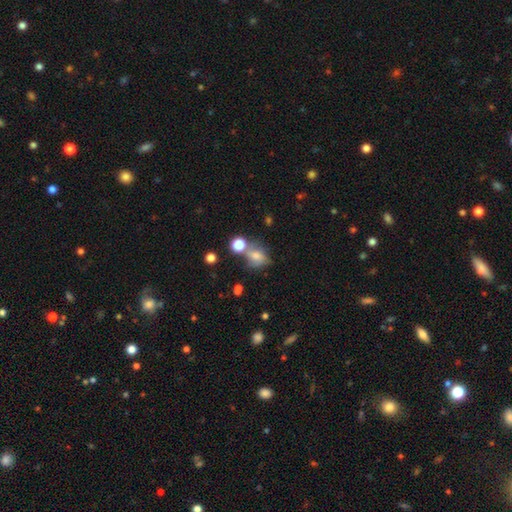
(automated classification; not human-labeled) smooth_or_featured: smooth (p=0.71) [alt: featured or disk p=0.15]
how_rounded: in between (p=0.52) [alt: round p=0.47]
merging: none (p=0.43) [alt: merger p=0.28]